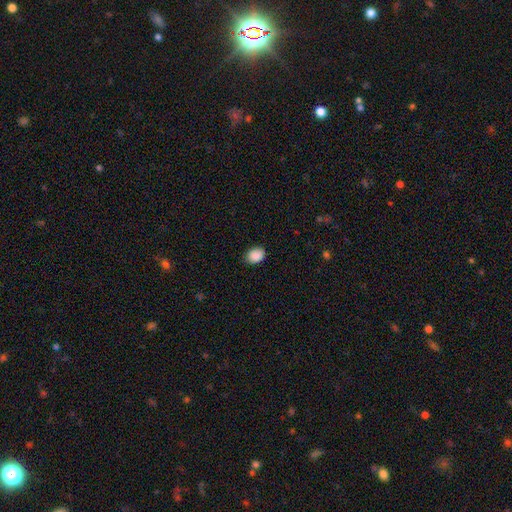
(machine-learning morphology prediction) Smooth or featured: smooth — 90% (star or artifact — 8%)
How rounded: in between — 64% (round — 36%)
Merging: none — 86% (minor disturbance — 11%)